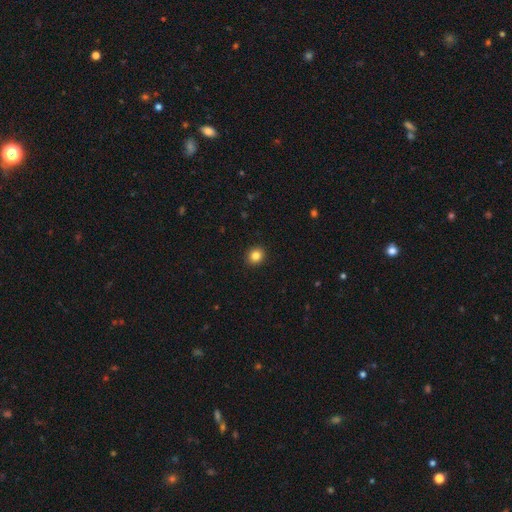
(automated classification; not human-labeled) This is clearly a smooth galaxy (85%). How rounded: clearly round (80%). Merging: clearly none (93%).